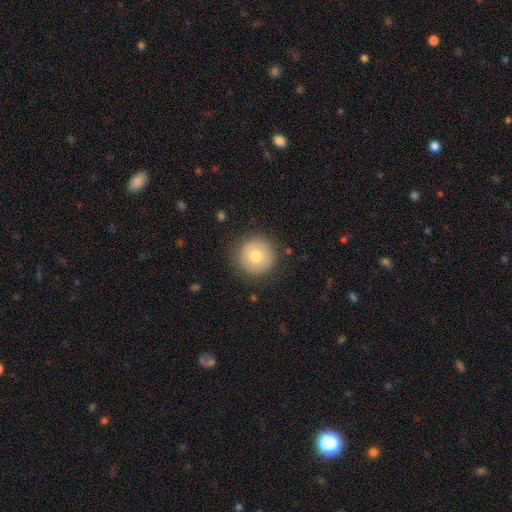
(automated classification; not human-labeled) Smooth or featured? Predicted: smooth (p=0.75). How rounded? Predicted: round (p=0.96). Merging? Predicted: none (p=0.85).